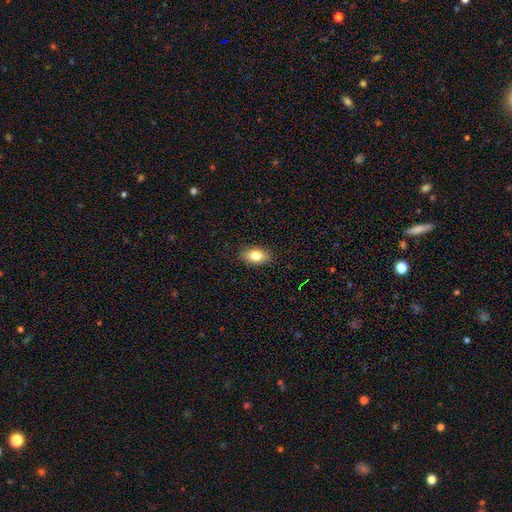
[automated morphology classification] Smooth or featured?
  - smooth: 80% *
  - featured or disk: 12%
  - star or artifact: 8%
How rounded?
  - in between: 87% *
  - round: 10%
  - cigar-shaped: 3%
Merging?
  - none: 88% *
  - minor disturbance: 9%
  - major disturbance: 2%
  - merger: 1%